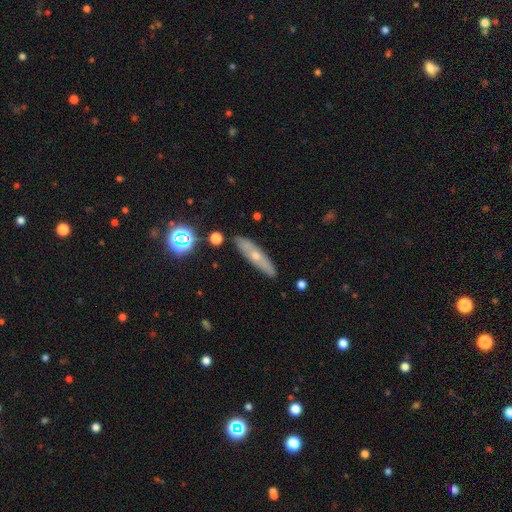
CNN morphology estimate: A smooth galaxy with no disk features (45%, tied with featured or disk).

Vote fractions:
- Smooth or featured? smooth: 45% (tied) / featured or disk: 45% (tied) / star or artifact: 10%
- Merging? none: 85% / minor disturbance: 10% / major disturbance: 2% / merger: 2%